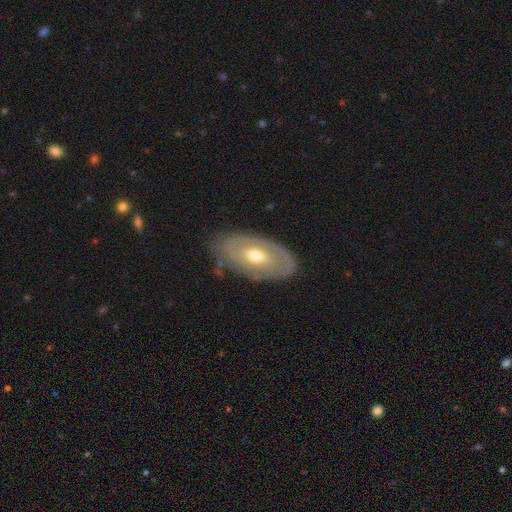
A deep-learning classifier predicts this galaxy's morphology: This is possibly a featured or disk galaxy (60%). It is clearly not viewed edge-on (88%). Bar: likely no (75%). Spiral arm pattern: likely no (67%). Central bulge: likely moderate (69%). Merging: likely none (78%).